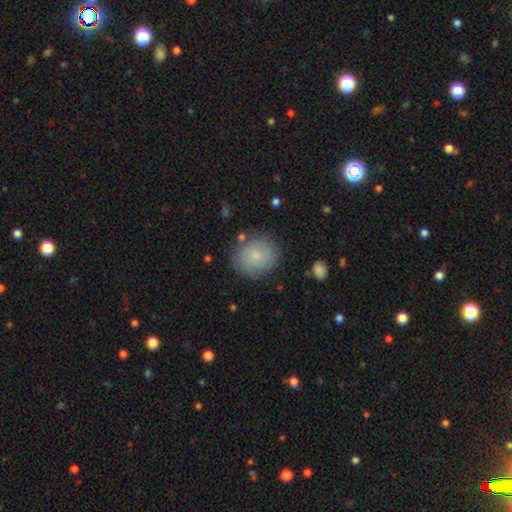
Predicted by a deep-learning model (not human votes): Overall: smooth (76%). How rounded: round (75%). Merging: none (79%).